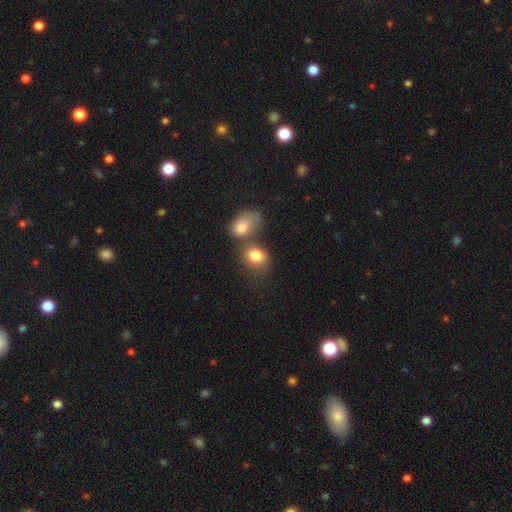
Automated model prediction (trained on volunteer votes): This is clearly a smooth galaxy (80%). How rounded: possibly in between (59%). Merging: marginally merger (43%).